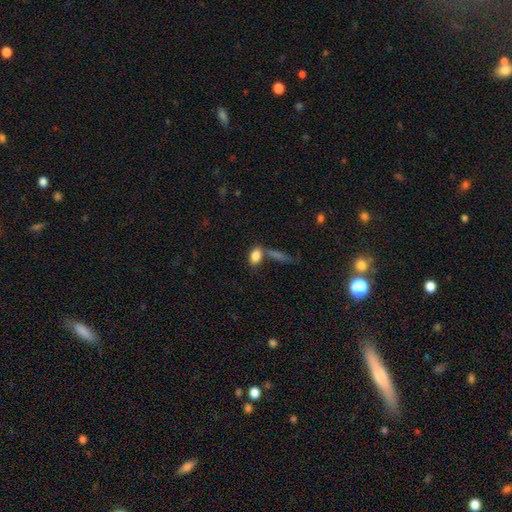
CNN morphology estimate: Smooth or featured? Predicted: smooth (p=0.83). How rounded? Predicted: in between (p=0.86). Merging? Predicted: none (p=0.51).